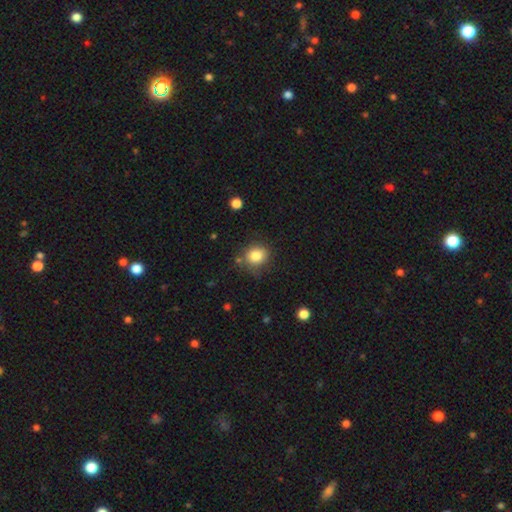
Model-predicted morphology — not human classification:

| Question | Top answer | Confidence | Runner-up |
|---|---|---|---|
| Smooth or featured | smooth | 82% | star or artifact (11%) |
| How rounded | round | 79% | in between (20%) |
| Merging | none | 76% | minor disturbance (15%) |